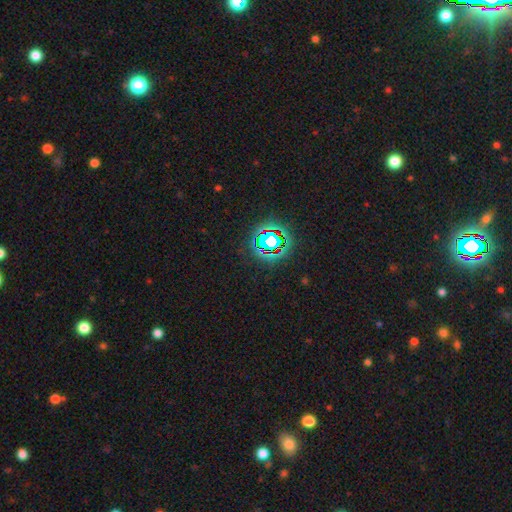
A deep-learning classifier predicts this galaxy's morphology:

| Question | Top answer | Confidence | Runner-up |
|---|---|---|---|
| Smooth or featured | star or artifact | 79% | smooth (13%) |